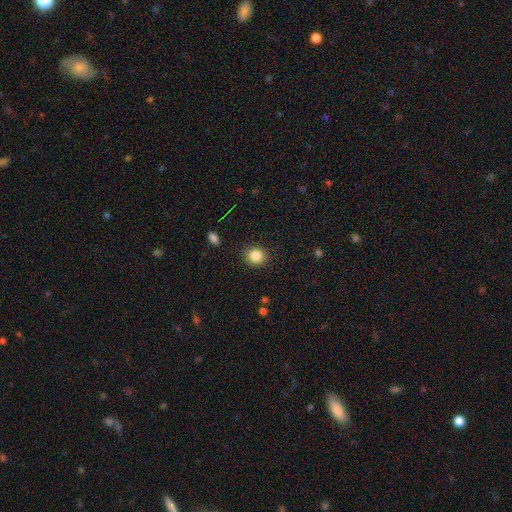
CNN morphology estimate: smooth-or-featured: smooth: 85% | star or artifact: 10% | featured or disk: 5%
  how-rounded: round: 80% | in between: 19% | cigar-shaped: 1%
  merging: none: 89% | minor disturbance: 7% | major disturbance: 2% | merger: 1%